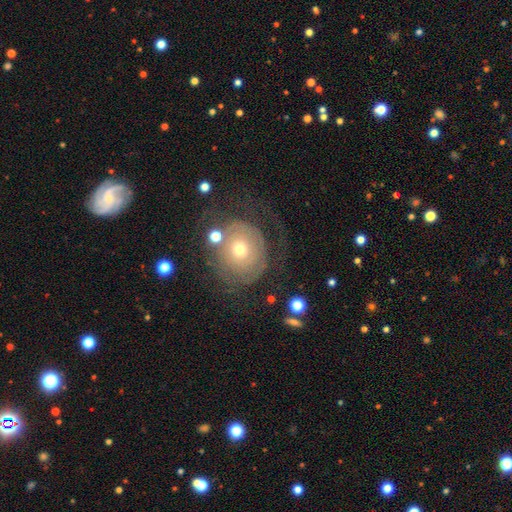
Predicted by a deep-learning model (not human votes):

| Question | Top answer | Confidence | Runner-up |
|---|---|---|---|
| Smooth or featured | featured or disk | 55% | smooth (25%) |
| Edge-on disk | no | 95% | yes (5%) |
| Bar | no | 82% | weak (13%) |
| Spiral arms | yes | 71% | no (29%) |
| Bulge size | moderate | 47% | small (45%) |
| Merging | none | 75% | minor disturbance (12%) |